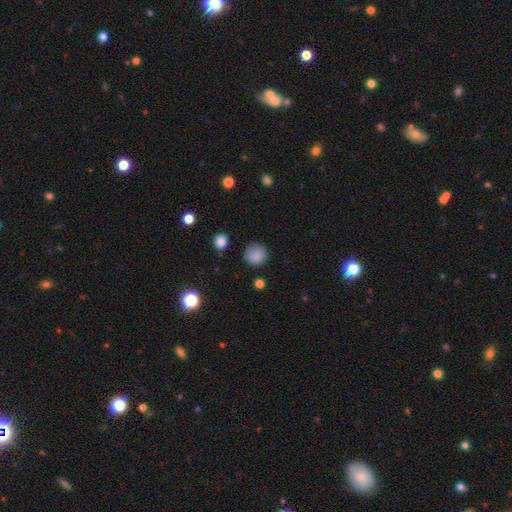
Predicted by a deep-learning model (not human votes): This appears to be a smooth galaxy with no disk features (84%) that is round (89%). Merging: none (79%).